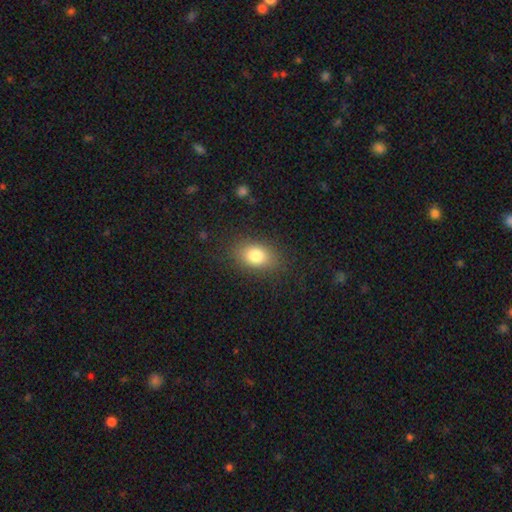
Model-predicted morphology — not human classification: smooth 81%, featured or disk 10%, star or artifact 10%. Down the decision tree: how rounded — in between (80%); merging — none (83%).